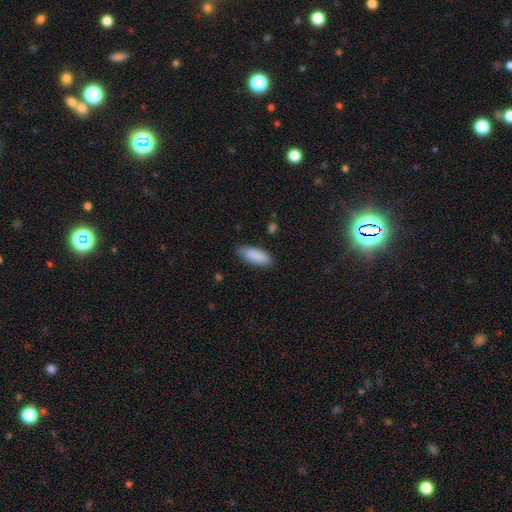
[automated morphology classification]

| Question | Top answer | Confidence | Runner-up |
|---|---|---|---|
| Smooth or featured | smooth | 88% | star or artifact (6%) |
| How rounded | in between | 74% | cigar-shaped (25%) |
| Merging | none | 80% | minor disturbance (16%) |